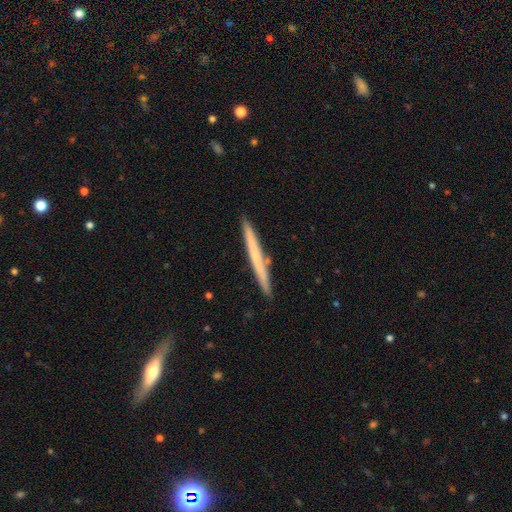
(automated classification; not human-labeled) A smooth galaxy with no disk features (49%). Merging: none (90%).